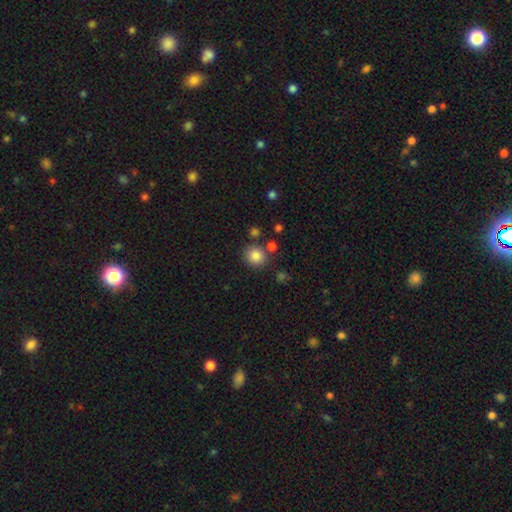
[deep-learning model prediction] A smooth galaxy with no disk features (84%) that is round (86%).

Vote fractions:
- Smooth or featured? smooth: 84% / star or artifact: 11% / featured or disk: 5%
- How rounded? round: 86% / in between: 13% / cigar-shaped: 1%
- Merging? none: 79% / minor disturbance: 10% / merger: 8% / major disturbance: 3%